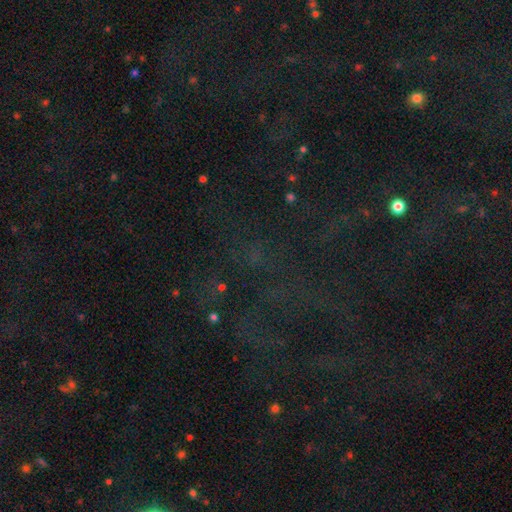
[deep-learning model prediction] smooth_or_featured: star or artifact (p=0.77) [alt: smooth p=0.13]